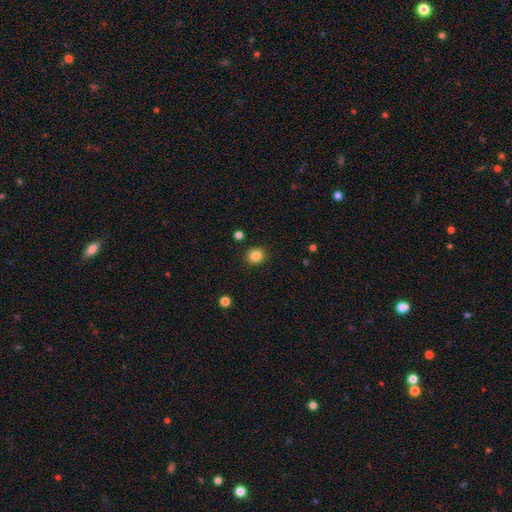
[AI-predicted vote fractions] Overall: smooth (84%). How rounded: round (75%). Merging: none (89%).